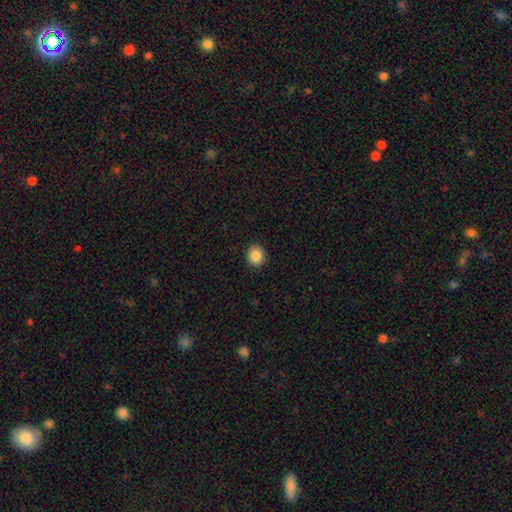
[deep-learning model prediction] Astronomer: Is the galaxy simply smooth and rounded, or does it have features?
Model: smooth — 87%.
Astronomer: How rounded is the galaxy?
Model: round — 73%.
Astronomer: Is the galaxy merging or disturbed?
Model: none — 90%.